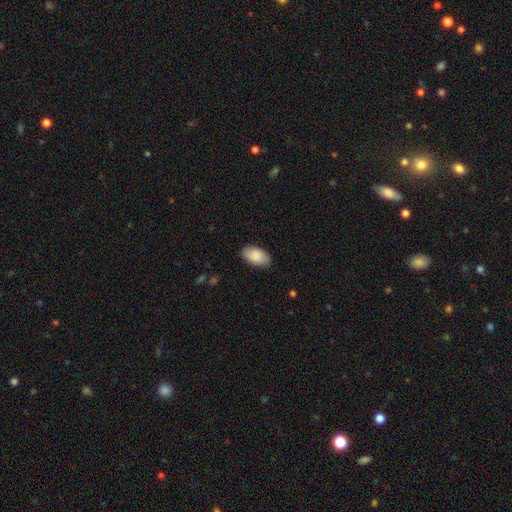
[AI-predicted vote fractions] smooth-or-featured: smooth: 88% | featured or disk: 6% | star or artifact: 6%
  how-rounded: in between: 95% | round: 3% | cigar-shaped: 2%
  merging: none: 84% | minor disturbance: 12% | major disturbance: 2% | merger: 1%